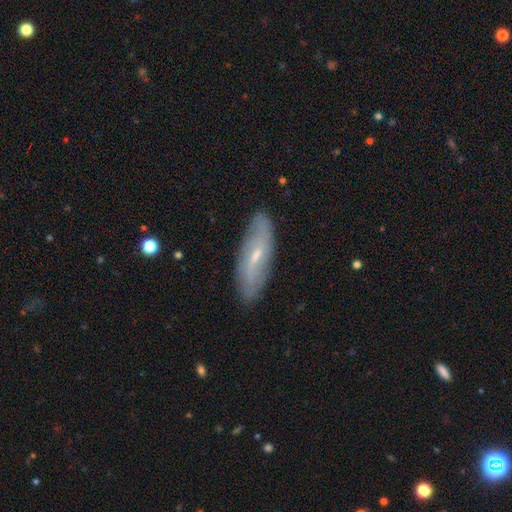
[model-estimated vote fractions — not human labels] This is possibly a featured or disk galaxy (59%). It is likely not viewed edge-on (75%). Merging: clearly none (83%).